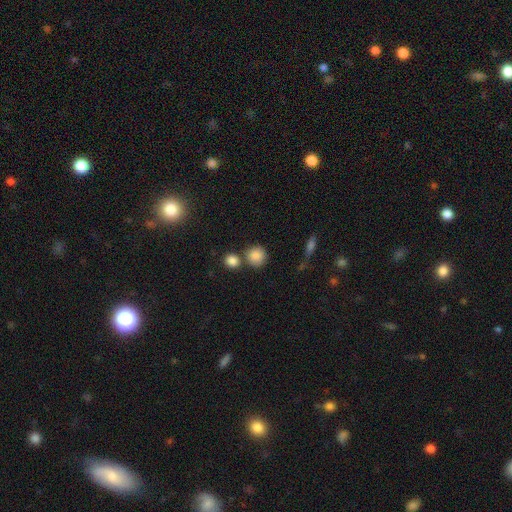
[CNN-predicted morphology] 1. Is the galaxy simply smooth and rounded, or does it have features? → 85% smooth, 9% star or artifact, 6% featured or disk.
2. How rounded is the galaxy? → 88% round, 11% in between, 1% cigar-shaped.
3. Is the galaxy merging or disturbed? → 65% none, 22% merger, 9% minor disturbance, 3% major disturbance.